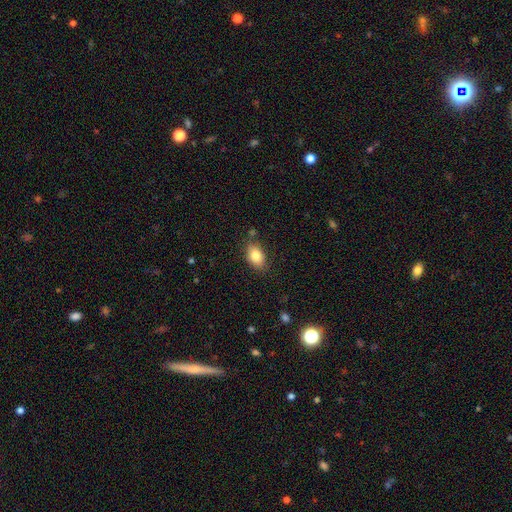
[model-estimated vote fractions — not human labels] A smooth galaxy with no disk features (82%) that is in between round and cigar-shaped (87%). Merging: none (80%).